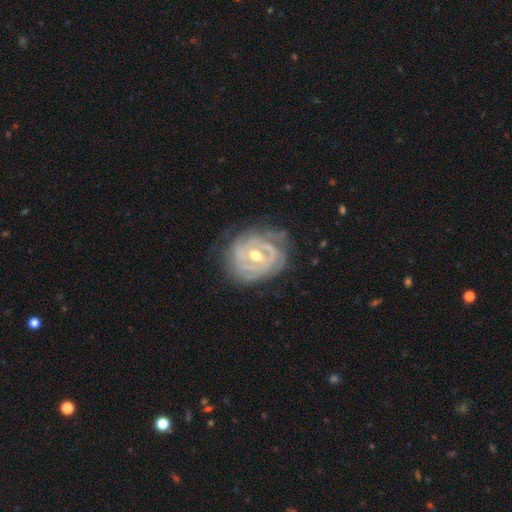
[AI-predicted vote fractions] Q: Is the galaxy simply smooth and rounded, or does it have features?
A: featured or disk — 89%.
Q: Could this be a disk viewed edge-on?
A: no — 97%.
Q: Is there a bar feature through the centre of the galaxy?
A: weak — 44%.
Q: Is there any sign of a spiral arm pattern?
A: yes — 95%.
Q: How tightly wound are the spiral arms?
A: tight — 79%.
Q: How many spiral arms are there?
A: can't tell — 29%.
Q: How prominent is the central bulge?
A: moderate — 69%.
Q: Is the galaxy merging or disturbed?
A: none — 73%.